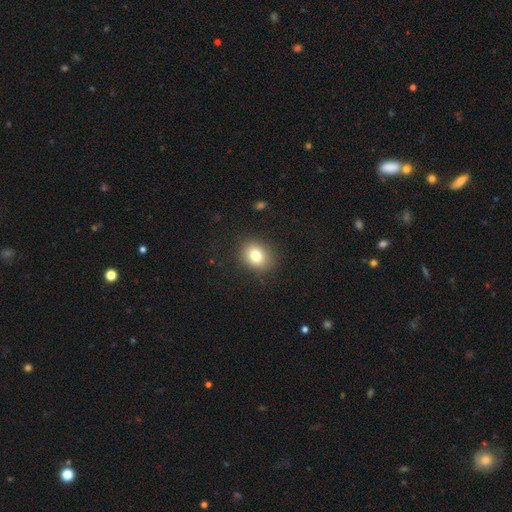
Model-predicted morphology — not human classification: A smooth galaxy with no disk features (78%) that is round (52%).

Vote fractions:
- Smooth or featured? smooth: 78% / star or artifact: 11% / featured or disk: 11%
- How rounded? round: 52% / in between: 47% / cigar-shaped: 1%
- Merging? none: 86% / minor disturbance: 10% / major disturbance: 3% / merger: 1%